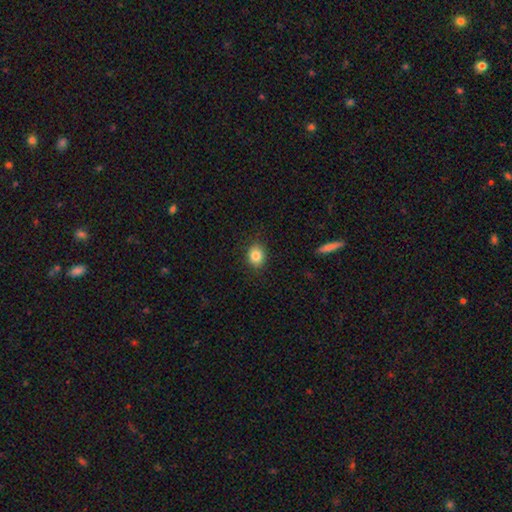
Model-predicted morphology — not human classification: This is clearly a smooth galaxy (85%). How rounded: likely round (61%). Merging: clearly none (87%).